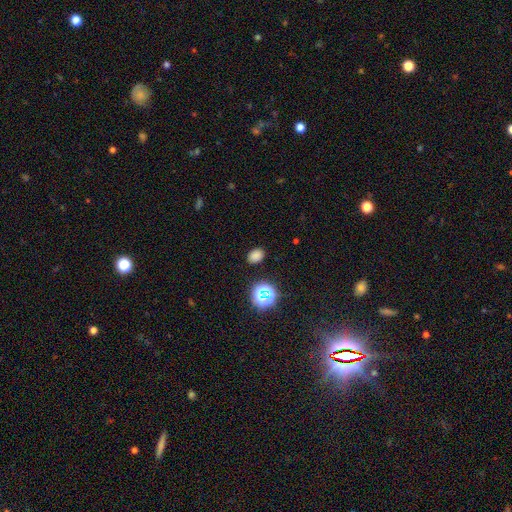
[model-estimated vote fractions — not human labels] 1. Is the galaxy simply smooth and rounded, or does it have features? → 76% smooth, 19% star or artifact, 5% featured or disk.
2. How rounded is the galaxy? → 66% in between, 33% round, 1% cigar-shaped.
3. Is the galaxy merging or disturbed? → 87% none, 9% minor disturbance, 3% major disturbance, 2% merger.